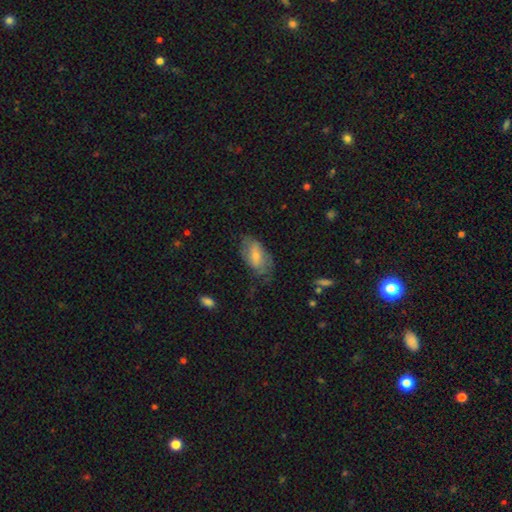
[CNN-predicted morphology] The model was most divided on "smooth or featured": smooth: 56%, featured or disk: 37%, star or artifact: 7%. More confident: how rounded — in between (91%); merging — none (53%).